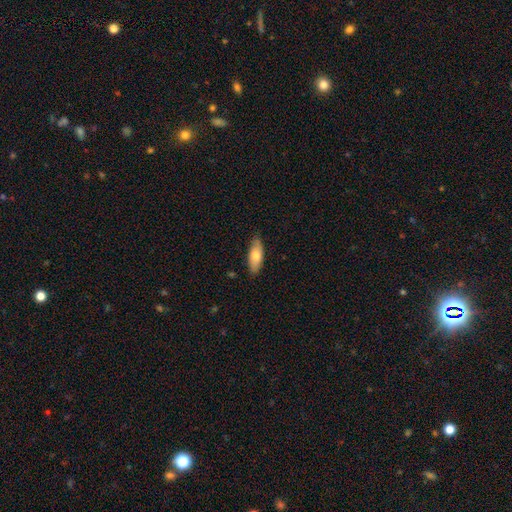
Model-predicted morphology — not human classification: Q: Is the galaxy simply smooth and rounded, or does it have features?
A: smooth — 75%.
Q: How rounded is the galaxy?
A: in between — 70%.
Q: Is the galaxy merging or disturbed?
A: none — 83%.